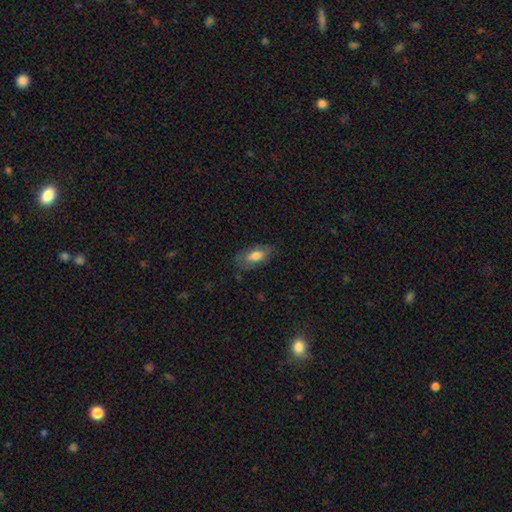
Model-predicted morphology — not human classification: Smooth or featured? Predicted: smooth (p=0.73). How rounded? Predicted: in between (p=0.84). Merging? Predicted: none (p=0.73).